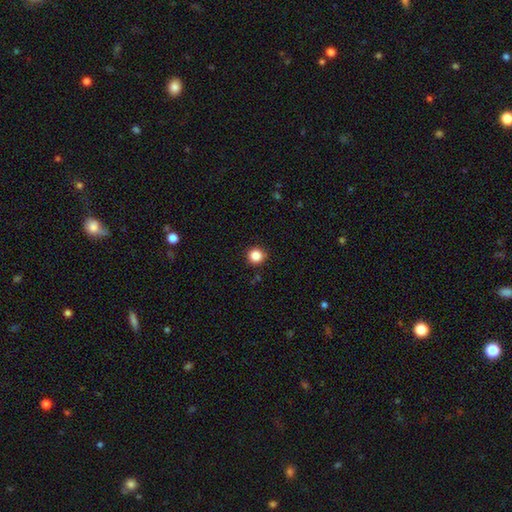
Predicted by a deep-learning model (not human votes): This appears to be a smooth galaxy with no disk features (86%) that is round (94%). Merging: none (91%).